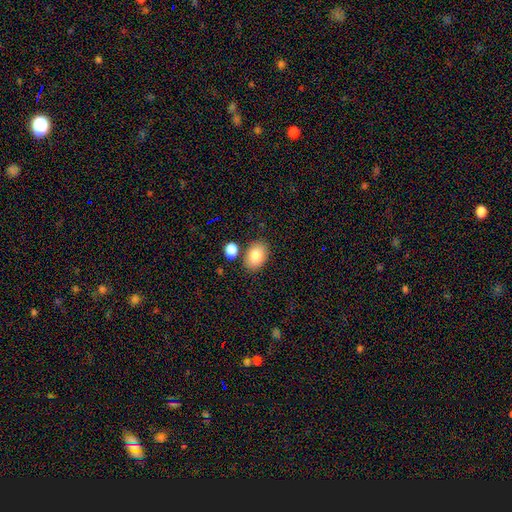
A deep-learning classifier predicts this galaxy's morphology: smooth 83%, featured or disk 9%, star or artifact 8%. Down the decision tree: how rounded — in between (77%); merging — none (79%).